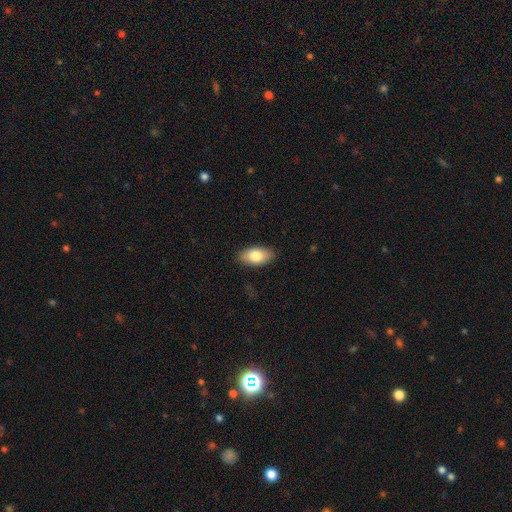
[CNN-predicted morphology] The model was most divided on "smooth or featured": smooth: 80%, featured or disk: 13%, star or artifact: 6%. More confident: how rounded — in between (93%); merging — none (88%).